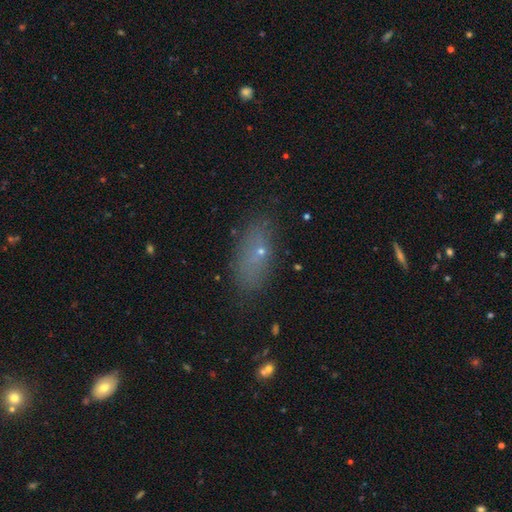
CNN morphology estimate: A smooth galaxy with no disk features (61%) that is in between round and cigar-shaped (80%). Merging: none (80%).